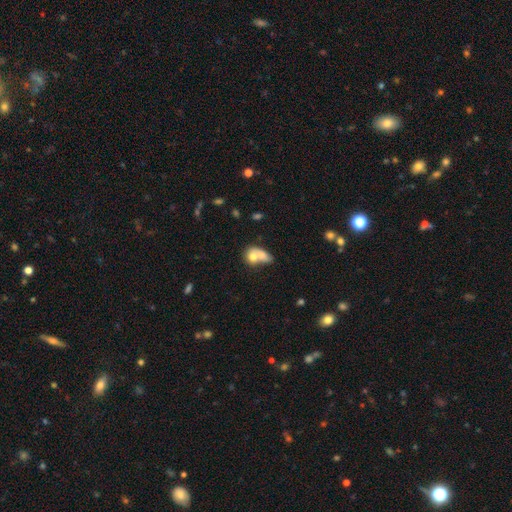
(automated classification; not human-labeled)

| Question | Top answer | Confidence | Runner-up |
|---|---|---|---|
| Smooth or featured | smooth | 70% | featured or disk (22%) |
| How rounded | in between | 61% | round (35%) |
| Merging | merger | 69% | none (16%) |